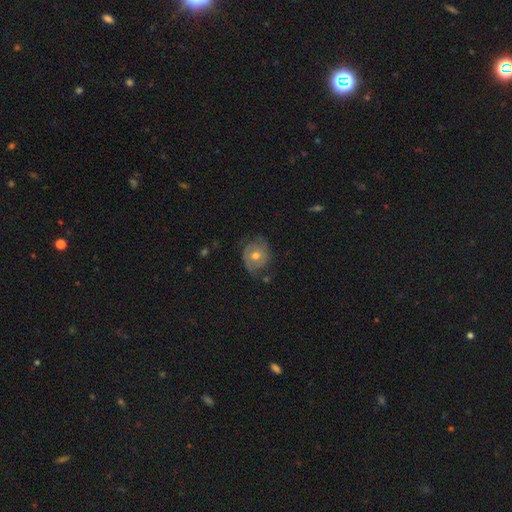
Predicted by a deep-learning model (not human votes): A featured or disk galaxy (53%) with no bar (83%), spiral arms (67%) and a moderate central bulge (72%). Merging: none (62%).